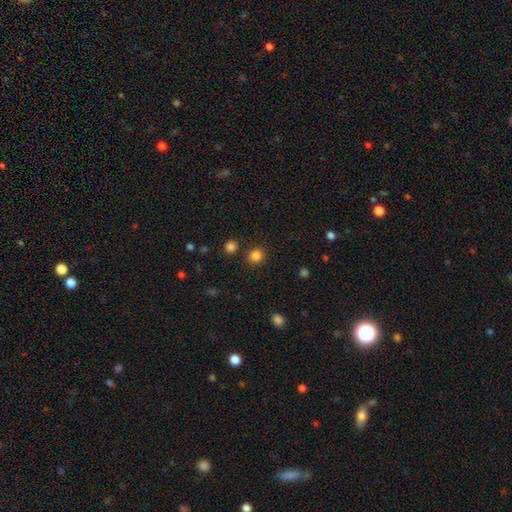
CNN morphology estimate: smooth-or-featured: smooth: 84% | star or artifact: 13% | featured or disk: 3%
  how-rounded: round: 91% | in between: 8% | cigar-shaped: 1%
  merging: none: 87% | minor disturbance: 6% | merger: 4% | major disturbance: 3%